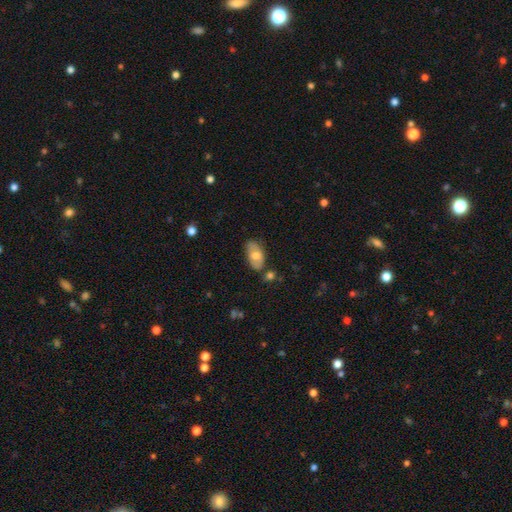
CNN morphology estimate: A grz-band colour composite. It shows a smooth galaxy with no disk features (65%) that is in between round and cigar-shaped (93%). Merging: none (66%).